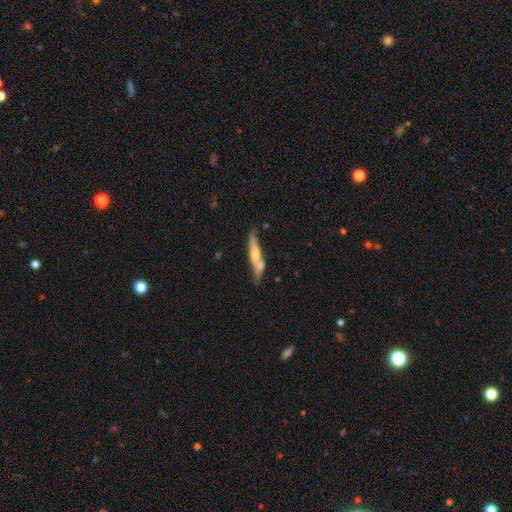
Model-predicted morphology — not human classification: A smooth galaxy with no disk features (48%). Merging: none (54%).